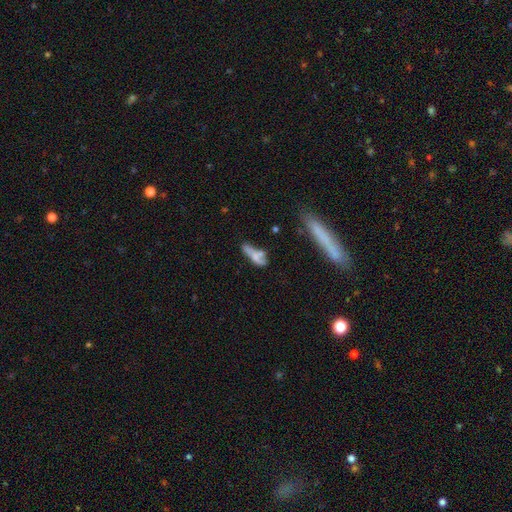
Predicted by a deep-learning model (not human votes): This is possibly a smooth galaxy (55%). How rounded: possibly in between (53%). Merging: marginally merger (33%).